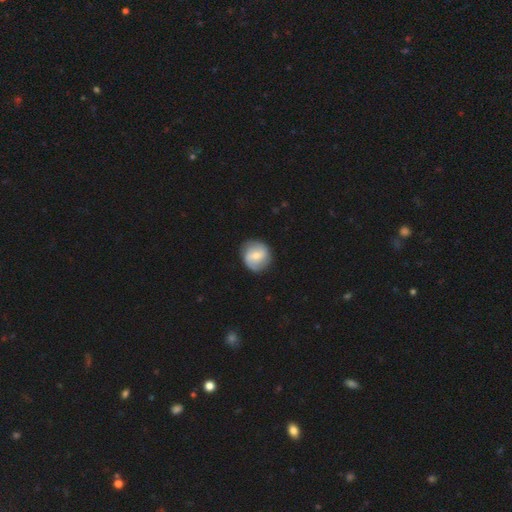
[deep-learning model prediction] The model was most divided on "bulge size": small: 49%, moderate: 45%, large: 3%, none: 3%, dominant: 1%. More confident: edge-on disk — no (98%); spiral arms — yes (87%); merging — none (83%); smooth or featured — featured or disk (56%); bar — weak (51%).